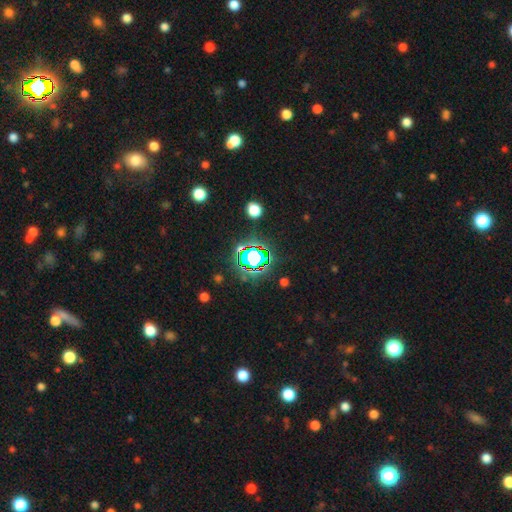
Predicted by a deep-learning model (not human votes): smooth-or-featured: star or artifact: 64% | smooth: 25% | featured or disk: 11%